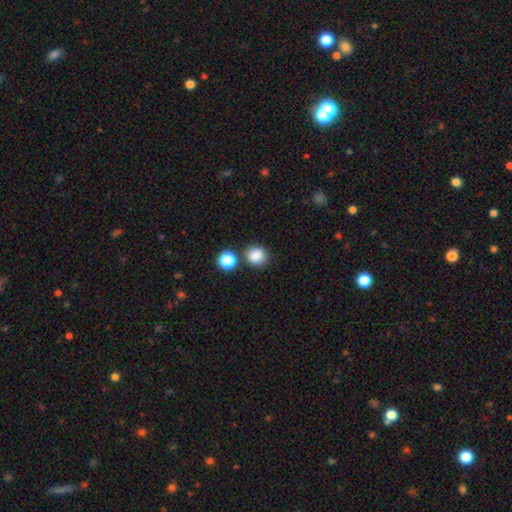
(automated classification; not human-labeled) Morphology: type=smooth (85%); roundness=round (85%); merging=none (77%).